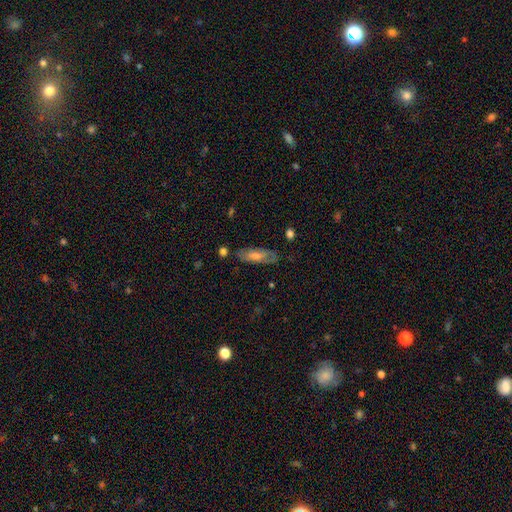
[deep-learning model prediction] This appears to be a featured or disk galaxy (48%). Merging: none (78%).